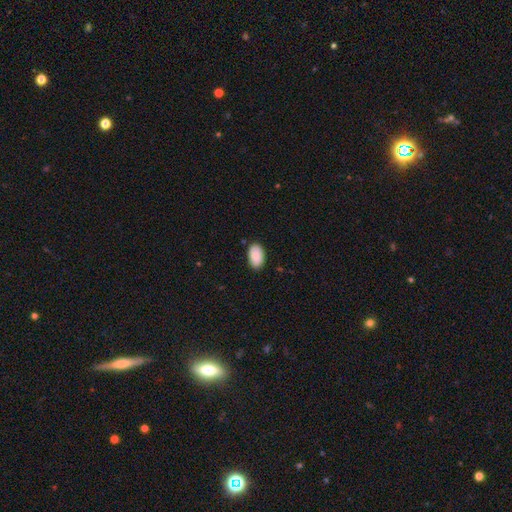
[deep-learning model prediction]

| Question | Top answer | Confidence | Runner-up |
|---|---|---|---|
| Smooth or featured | smooth | 86% | featured or disk (8%) |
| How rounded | in between | 93% | round (5%) |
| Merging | none | 85% | minor disturbance (12%) |